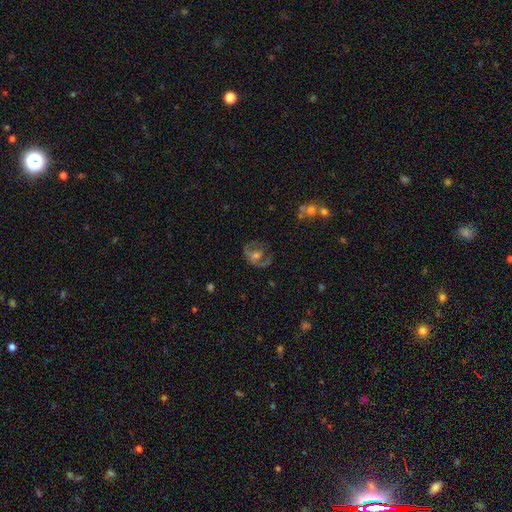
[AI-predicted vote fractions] smooth-or-featured: featured or disk: 64% | smooth: 27% | star or artifact: 9%
  disk-edge-on: no: 96% | yes: 4%
    bar: no: 59% | weak: 30% | strong: 11%
    has-spiral-arms: yes: 57% | no: 43%
    bulge-size: moderate: 63% | small: 27% | large: 6% | none: 3% | dominant: 1%
  merging: none: 60% | minor disturbance: 20% | major disturbance: 17% | merger: 2%